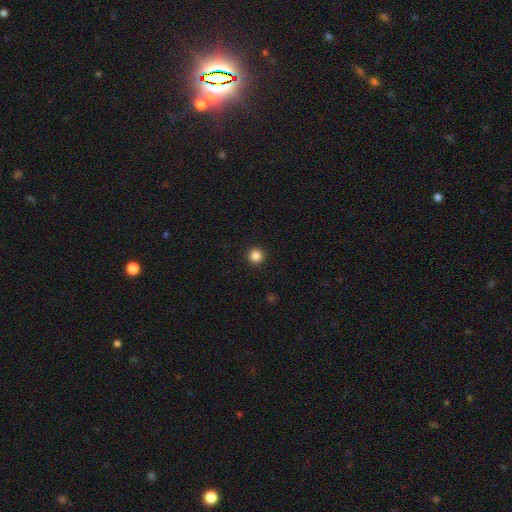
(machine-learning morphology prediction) Smooth or featured? Predicted: smooth (p=0.85). How rounded? Predicted: round (p=0.96). Merging? Predicted: none (p=0.94).